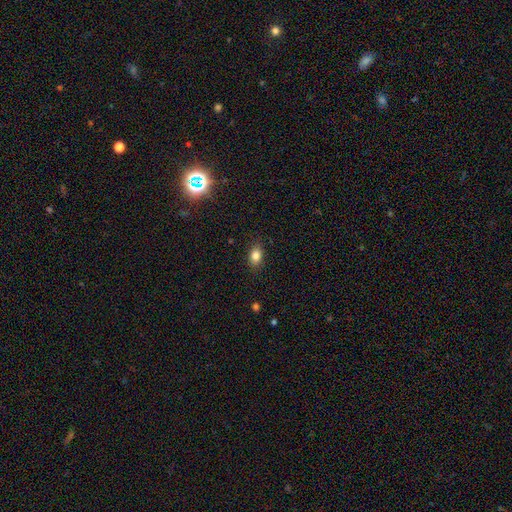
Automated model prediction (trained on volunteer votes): The model was most divided on "how rounded": in between: 80%, round: 18%, cigar-shaped: 2%. More confident: merging — none (86%); smooth or featured — smooth (84%).